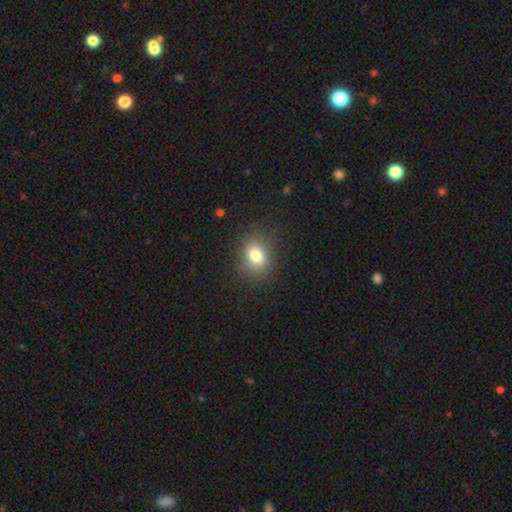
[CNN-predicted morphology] Smooth or featured? Predicted: smooth (p=0.79). How rounded? Predicted: round (p=0.56). Merging? Predicted: none (p=0.83).